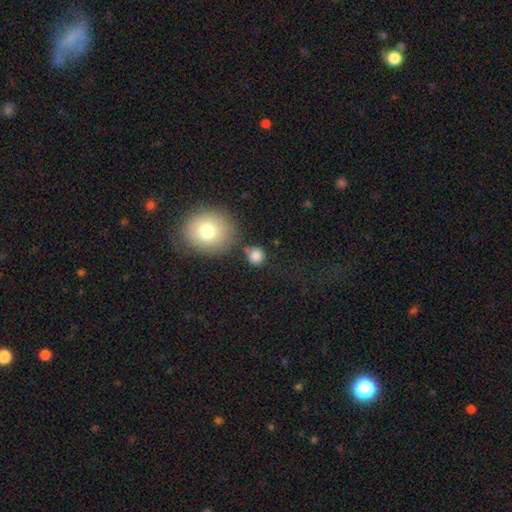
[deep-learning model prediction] smooth-or-featured: smooth: 84% | star or artifact: 11% | featured or disk: 6%
  how-rounded: round: 89% | in between: 10% | cigar-shaped: 1%
  merging: none: 73% | minor disturbance: 12% | merger: 10% | major disturbance: 5%